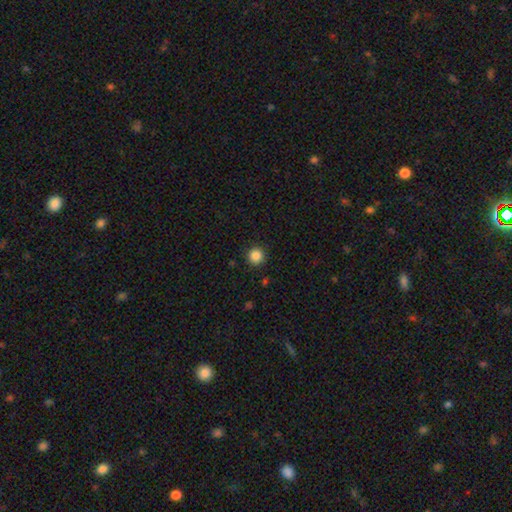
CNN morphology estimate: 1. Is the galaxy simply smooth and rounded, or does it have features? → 86% smooth, 11% star or artifact, 3% featured or disk.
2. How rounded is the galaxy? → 95% round, 4% in between, 1% cigar-shaped.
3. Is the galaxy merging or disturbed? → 91% none, 6% minor disturbance, 2% major disturbance, 1% merger.